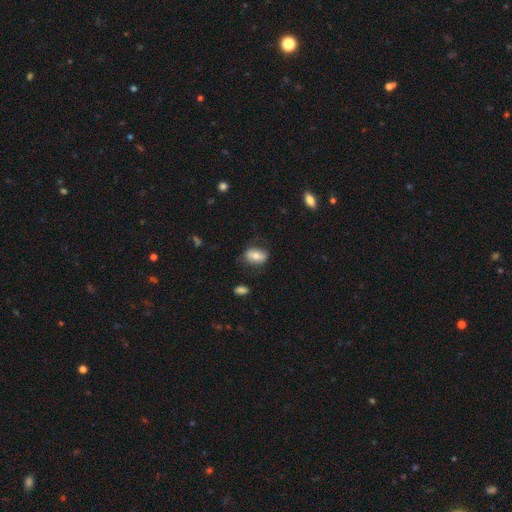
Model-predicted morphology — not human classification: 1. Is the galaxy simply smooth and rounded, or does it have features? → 72% smooth, 20% featured or disk, 8% star or artifact.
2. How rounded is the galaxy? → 86% in between, 12% round, 3% cigar-shaped.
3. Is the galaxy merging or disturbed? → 67% none, 22% minor disturbance, 9% major disturbance, 2% merger.